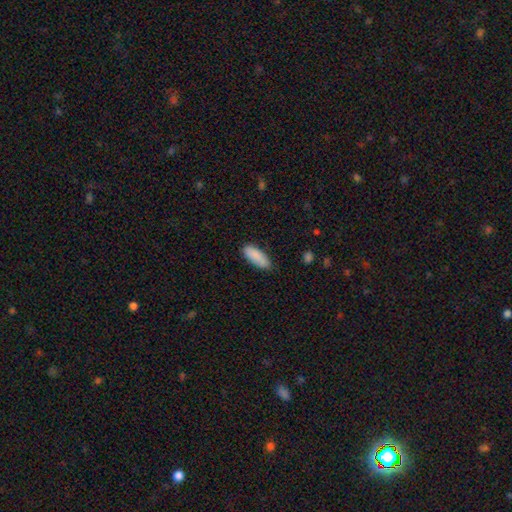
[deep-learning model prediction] This is clearly a smooth galaxy (87%). How rounded: likely in between (76%). Merging: likely none (78%).